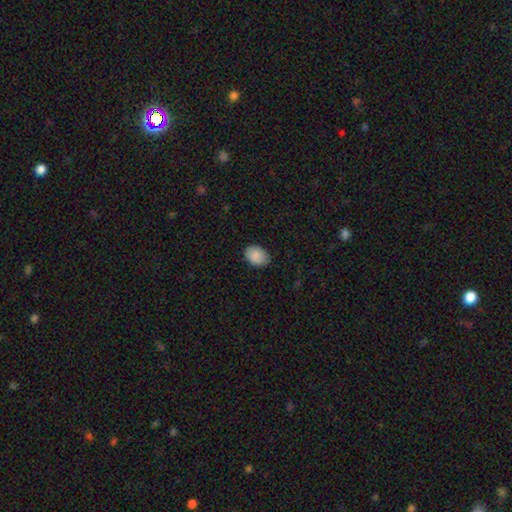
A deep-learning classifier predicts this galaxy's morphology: type=smooth (89%); roundness=in between (75%); merging=none (83%).